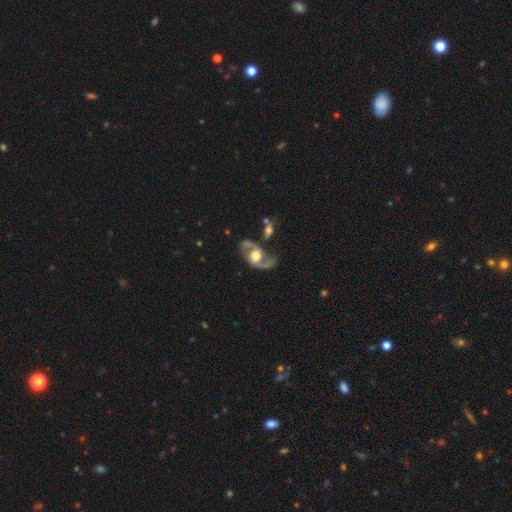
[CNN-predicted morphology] This is clearly a featured or disk galaxy (83%). It is clearly not viewed edge-on (96%). Bar: possibly no (56%). Spiral arm pattern: clearly yes (90%). Spiral arm count: clearly 2 (90%). Spiral winding: possibly loose (51%). Central bulge: possibly moderate (51%). Merging: possibly none (52%).